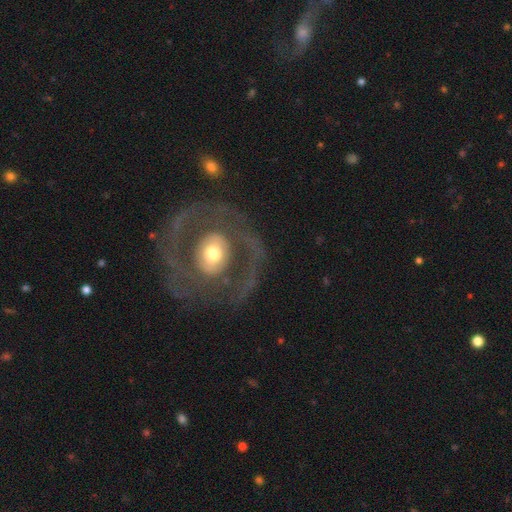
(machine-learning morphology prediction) Smooth or featured?
  - featured or disk: 79% *
  - smooth: 14%
  - star or artifact: 7%
Edge-on disk?
  - no: 95% *
  - yes: 5%
Bar?
  - no: 47% *
  - weak: 30%
  - strong: 24%
Spiral arms?
  - yes: 65% *
  - no: 35%
Bulge size?
  - moderate: 60% *
  - small: 23%
  - large: 14%
  - dominant: 2%
  - none: 1%
Merging?
  - none: 78% *
  - minor disturbance: 11%
  - major disturbance: 9%
  - merger: 2%